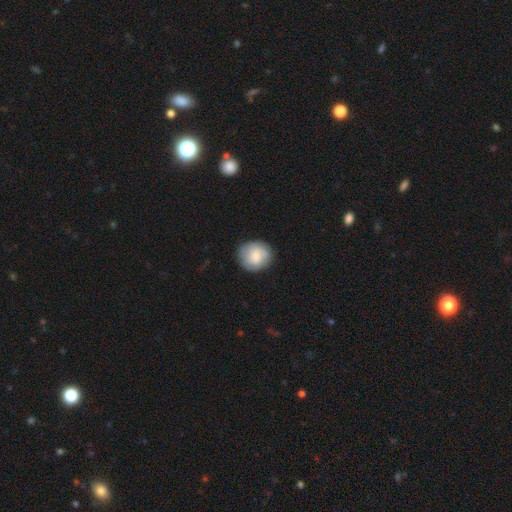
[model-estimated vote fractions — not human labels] Smooth or featured? Predicted: smooth (p=0.72). How rounded? Predicted: round (p=0.84). Merging? Predicted: none (p=0.82).